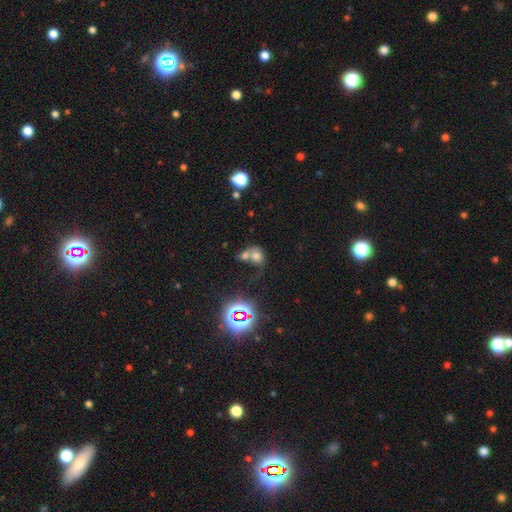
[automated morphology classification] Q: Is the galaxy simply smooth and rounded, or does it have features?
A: smooth — 60%.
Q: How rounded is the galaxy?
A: round — 54%.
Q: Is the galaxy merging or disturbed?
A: merger — 62%.